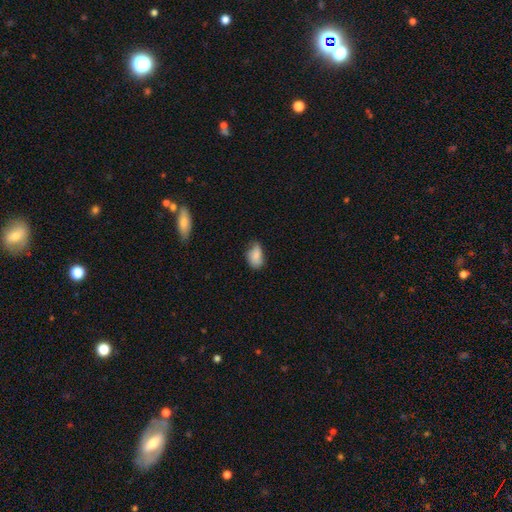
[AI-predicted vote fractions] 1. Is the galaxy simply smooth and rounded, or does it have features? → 82% smooth, 10% featured or disk, 8% star or artifact.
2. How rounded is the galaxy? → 88% in between, 10% round, 2% cigar-shaped.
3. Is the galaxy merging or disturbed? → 55% none, 36% minor disturbance, 7% major disturbance, 2% merger.